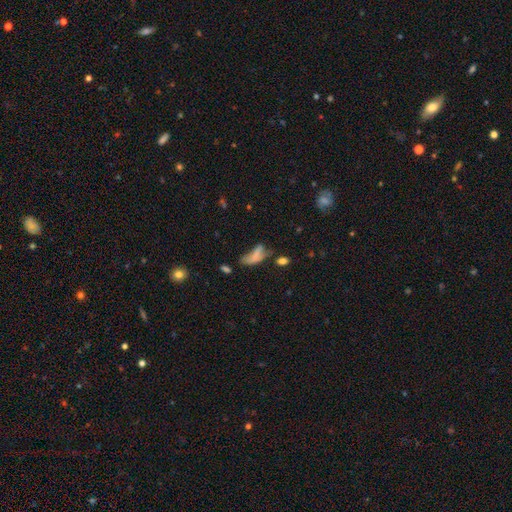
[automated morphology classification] Q: Smooth or featured?
A: smooth (66%); runner-up: featured or disk (21%)
Q: How rounded?
A: in between (76%); runner-up: cigar-shaped (21%)
Q: Merging?
A: major disturbance (35%); runner-up: minor disturbance (27%)